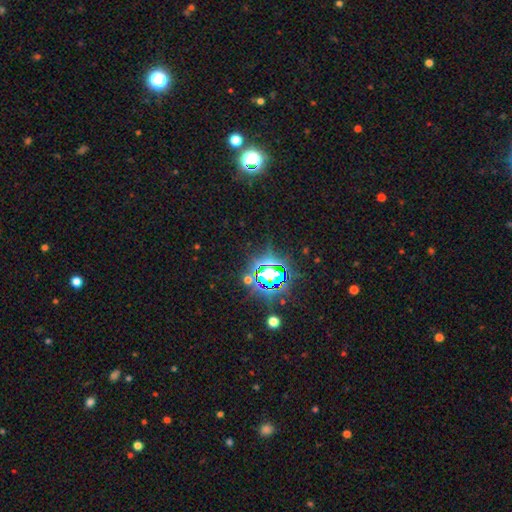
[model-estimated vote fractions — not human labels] Smooth or featured? star or artifact (79%)